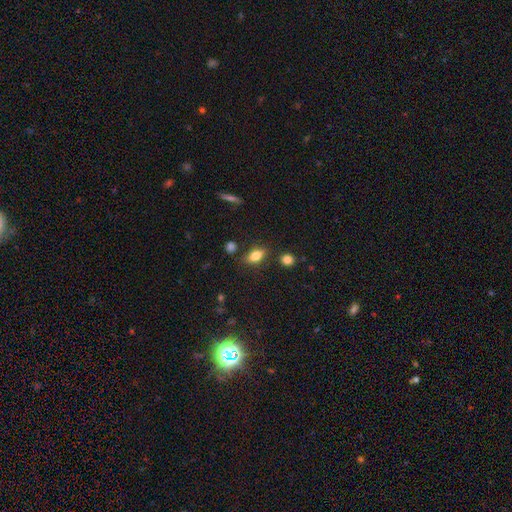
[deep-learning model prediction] Q: Smooth or featured?
A: smooth (74%); runner-up: featured or disk (17%)
Q: How rounded?
A: in between (80%); runner-up: cigar-shaped (13%)
Q: Merging?
A: none (79%); runner-up: minor disturbance (13%)